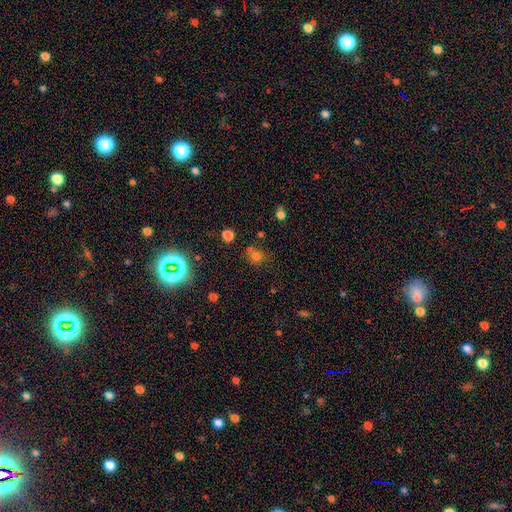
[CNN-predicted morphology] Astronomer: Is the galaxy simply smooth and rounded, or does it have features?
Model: smooth — 62%.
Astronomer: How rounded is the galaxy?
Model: round — 75%.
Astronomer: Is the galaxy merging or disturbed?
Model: none — 65%.